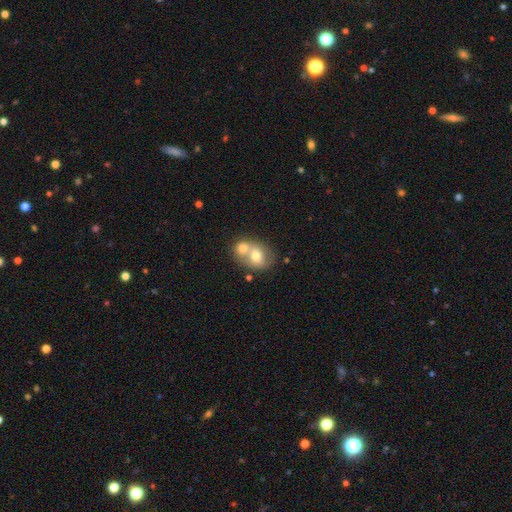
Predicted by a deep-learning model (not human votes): This is likely a smooth galaxy (66%). How rounded: possibly round (58%). Merging: likely merger (63%).